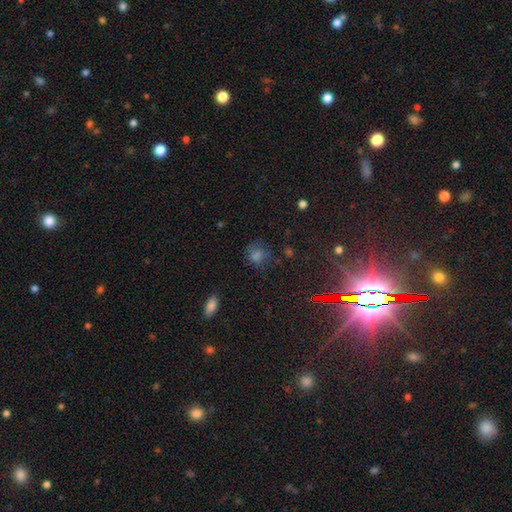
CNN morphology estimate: Q: Smooth or featured?
A: smooth (51%); runner-up: star or artifact (34%)
Q: How rounded?
A: round (69%); runner-up: in between (29%)
Q: Merging?
A: none (64%); runner-up: minor disturbance (21%)